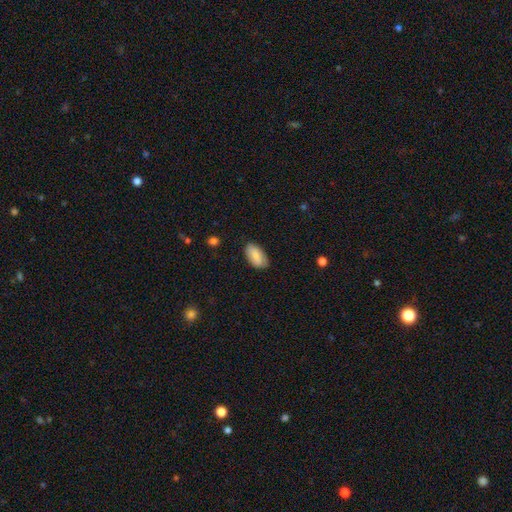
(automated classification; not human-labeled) smooth-or-featured: smooth: 84% | featured or disk: 10% | star or artifact: 6%
  how-rounded: in between: 94% | cigar-shaped: 3% | round: 3%
  merging: none: 82% | minor disturbance: 14% | major disturbance: 3% | merger: 1%